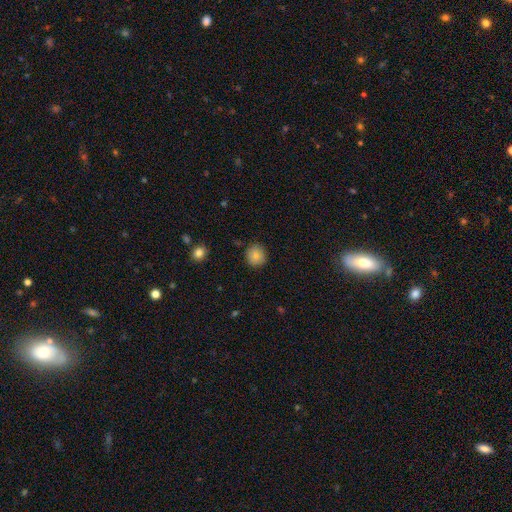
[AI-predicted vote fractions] This appears to be a smooth galaxy with no disk features (79%) that is round (90%). Merging: none (86%).